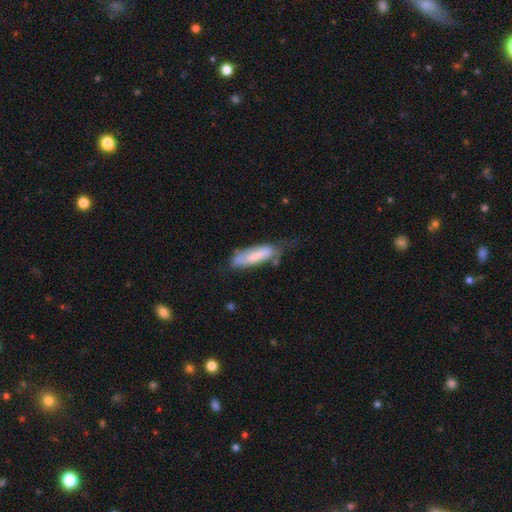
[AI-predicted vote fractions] This appears to be a smooth galaxy with no disk features (63%) that is cigar-shaped (57%). Merging: none (42%).